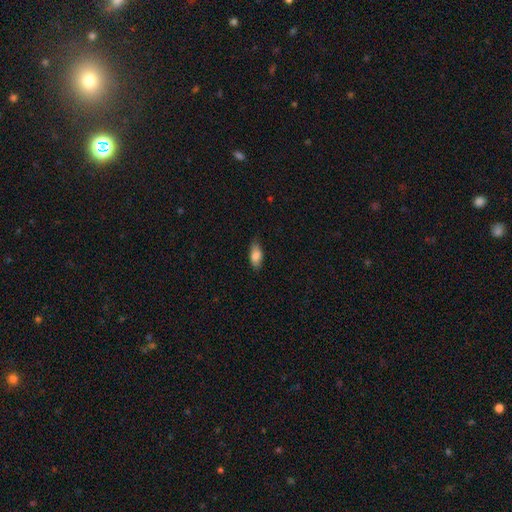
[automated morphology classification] Smooth or featured?
  - smooth: 81% *
  - featured or disk: 12%
  - star or artifact: 7%
How rounded?
  - in between: 84% *
  - cigar-shaped: 13%
  - round: 3%
Merging?
  - none: 79% *
  - minor disturbance: 17%
  - major disturbance: 3%
  - merger: 1%